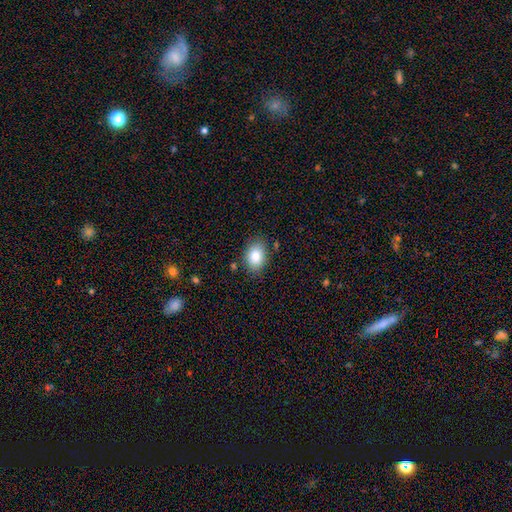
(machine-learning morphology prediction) smooth 82%, featured or disk 9%, star or artifact 9%. Down the decision tree: how rounded — in between (76%); merging — none (83%).